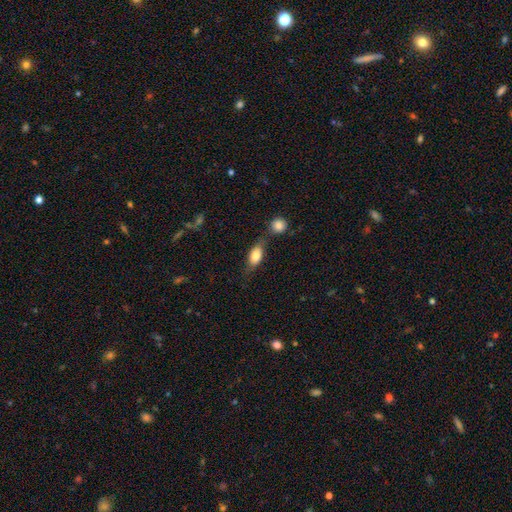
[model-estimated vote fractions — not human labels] Morphology: type=smooth (77%); roundness=in between (83%); merging=none (54%).